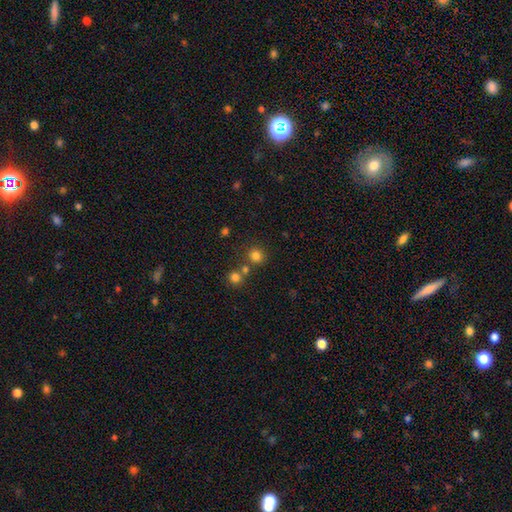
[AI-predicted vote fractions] Smooth or featured? Predicted: smooth (p=0.79). How rounded? Predicted: round (p=0.89). Merging? Predicted: none (p=0.73).